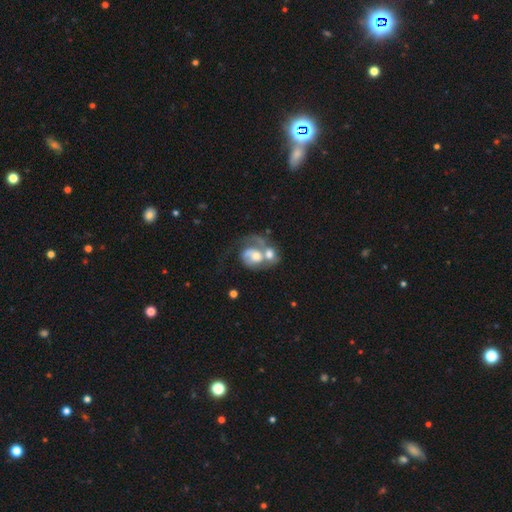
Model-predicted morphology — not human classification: This is likely a featured or disk galaxy (63%). It is clearly not viewed edge-on (98%). Bar: likely no (71%). Spiral arm pattern: likely yes (74%). Central bulge: possibly moderate (59%). Merging: likely merger (68%).